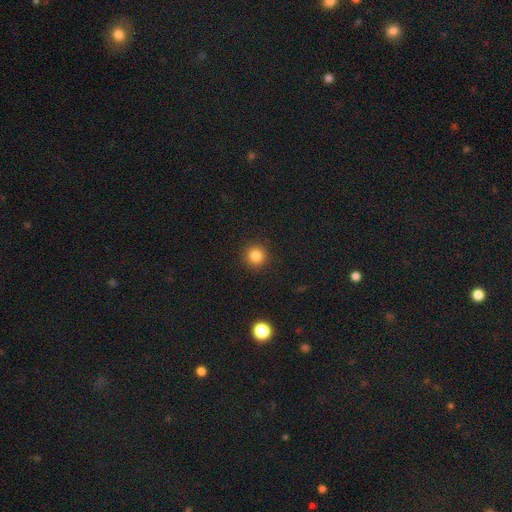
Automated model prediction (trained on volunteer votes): A smooth galaxy with no disk features (84%) that is round (95%). Merging: none (92%).